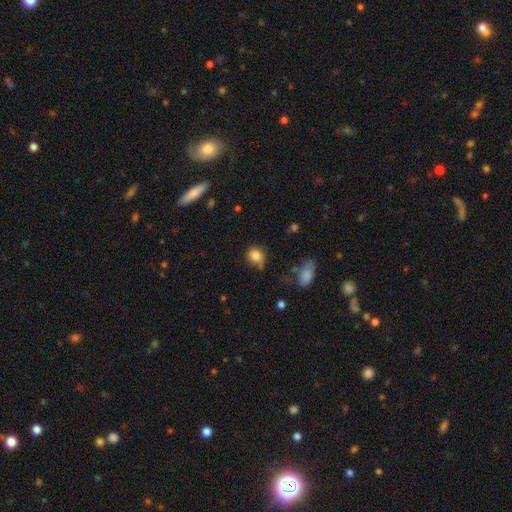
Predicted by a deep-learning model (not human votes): Overall: smooth (83%). How rounded: round (71%). Merging: none (56%; minor disturbance 30%).